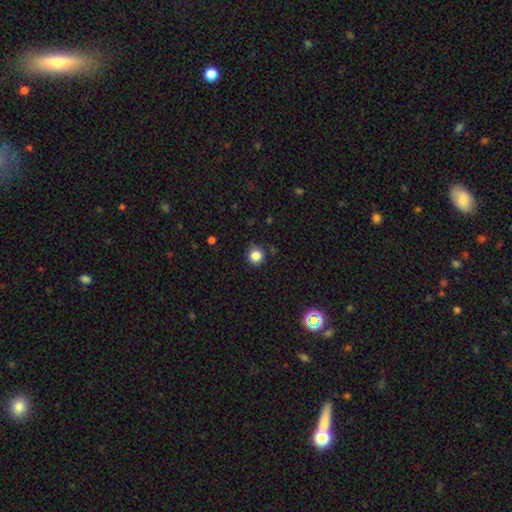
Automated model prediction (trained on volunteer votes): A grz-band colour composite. It shows a smooth galaxy with no disk features (84%) that is round (94%). Merging: none (85%).